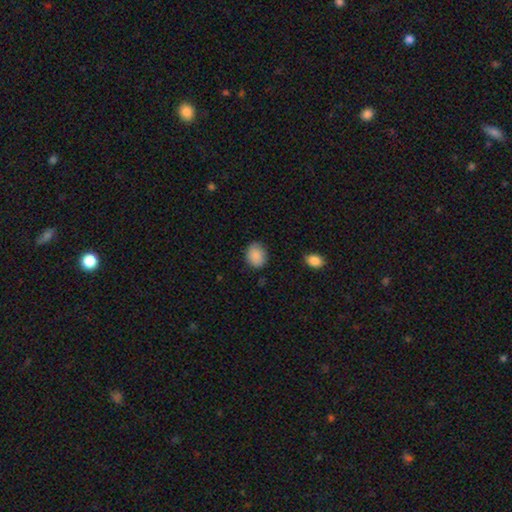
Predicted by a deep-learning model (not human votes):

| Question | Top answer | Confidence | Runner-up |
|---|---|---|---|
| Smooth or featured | smooth | 88% | star or artifact (7%) |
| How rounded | in between | 50% | round (49%) |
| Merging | none | 81% | minor disturbance (14%) |